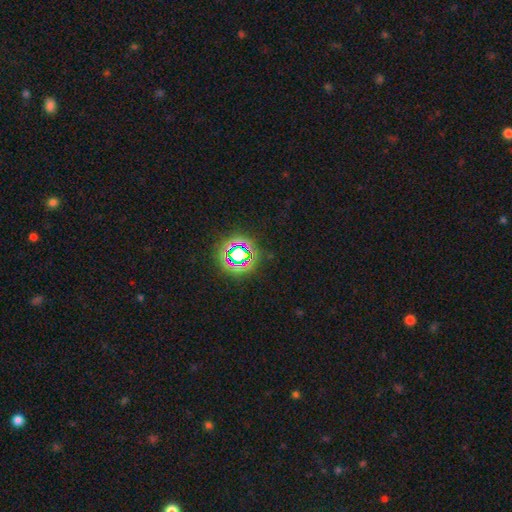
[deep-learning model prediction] A star or artifact, not a galaxy (79%).